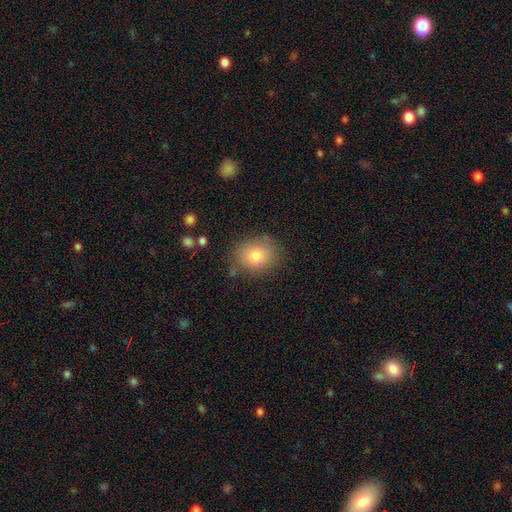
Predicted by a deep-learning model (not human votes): A smooth galaxy with no disk features (78%) that is round (57%). Merging: none (79%).